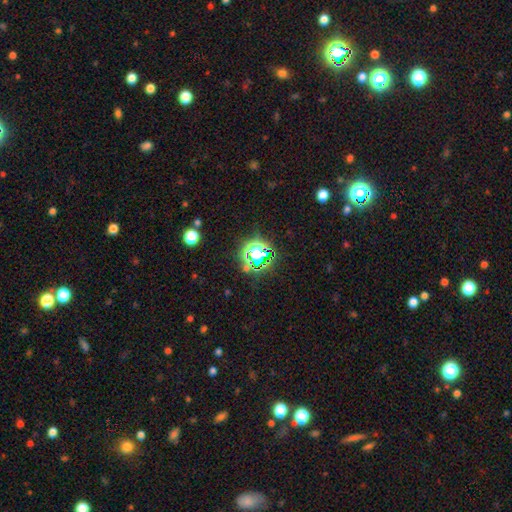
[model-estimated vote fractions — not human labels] Q: Smooth or featured?
A: star or artifact (63%); runner-up: smooth (26%)